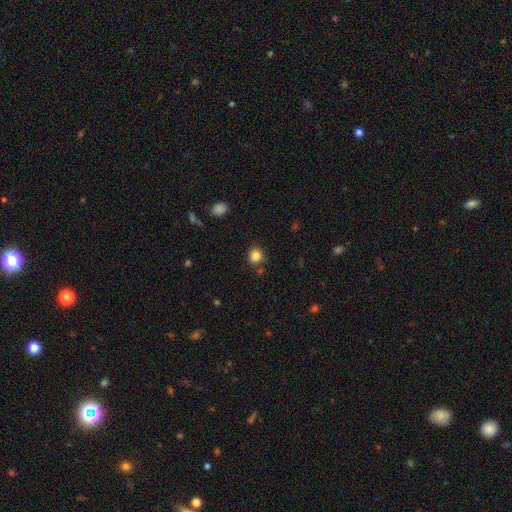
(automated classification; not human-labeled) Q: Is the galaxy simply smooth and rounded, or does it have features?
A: smooth — 84%.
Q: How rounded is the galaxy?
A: round — 78%.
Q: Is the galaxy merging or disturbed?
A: none — 83%.